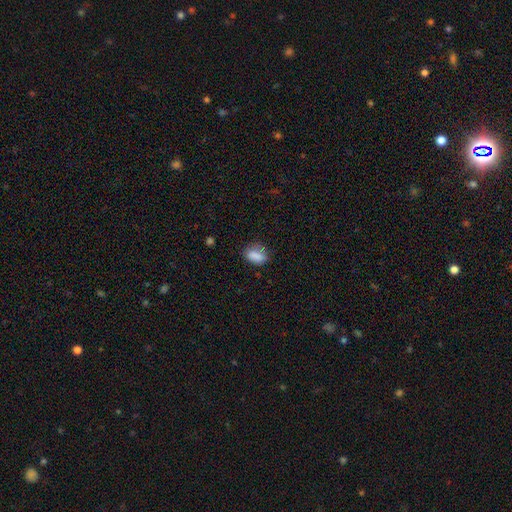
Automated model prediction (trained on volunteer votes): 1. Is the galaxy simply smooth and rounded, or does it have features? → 84% smooth, 9% star or artifact, 7% featured or disk.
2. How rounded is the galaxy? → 80% in between, 15% round, 5% cigar-shaped.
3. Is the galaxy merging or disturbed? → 67% none, 24% minor disturbance, 6% major disturbance, 2% merger.